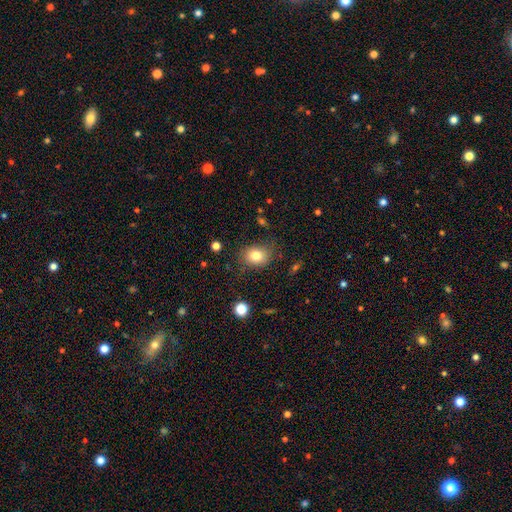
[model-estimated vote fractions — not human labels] This appears to be a smooth galaxy with no disk features (79%) that is in between round and cigar-shaped (56%). Merging: none (74%).